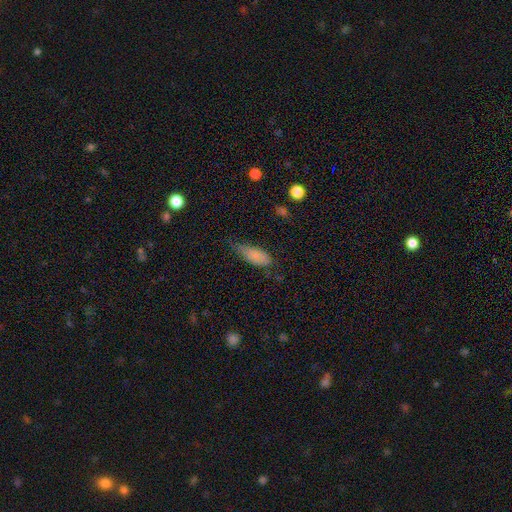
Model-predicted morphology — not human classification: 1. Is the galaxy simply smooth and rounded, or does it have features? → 82% smooth, 10% featured or disk, 8% star or artifact.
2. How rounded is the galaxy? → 76% in between, 22% cigar-shaped, 2% round.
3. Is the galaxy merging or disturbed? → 43% none, 42% minor disturbance, 13% major disturbance, 2% merger.